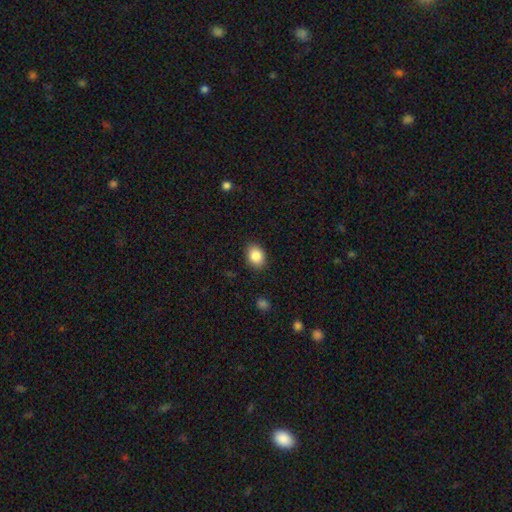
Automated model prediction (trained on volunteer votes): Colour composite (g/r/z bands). It shows a smooth galaxy with no disk features (86%) that is in between round and cigar-shaped (65%). Merging: none (88%).